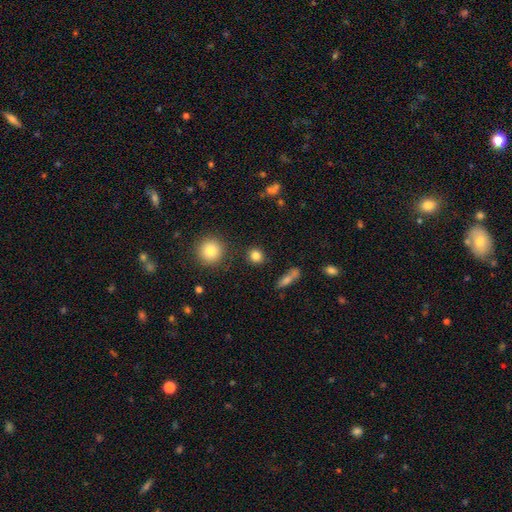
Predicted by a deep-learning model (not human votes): This is clearly a smooth galaxy (83%). How rounded: clearly round (88%). Merging: clearly none (87%).